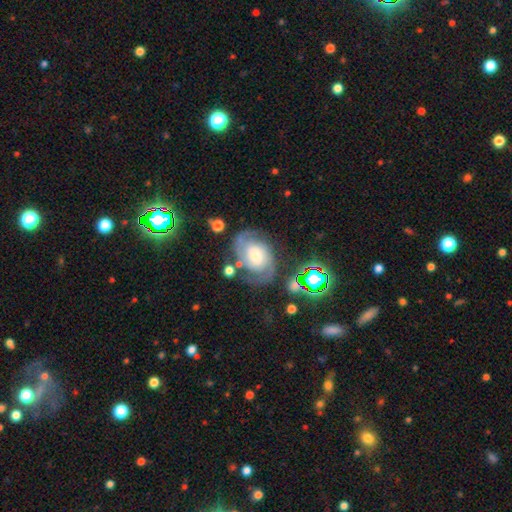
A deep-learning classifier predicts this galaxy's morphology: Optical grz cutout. It shows a featured or disk galaxy (82%) with no bar (55%), 2 (83%) tight (49%) spiral arms (96%) and a moderate central bulge (40%). Merging: none (70%).